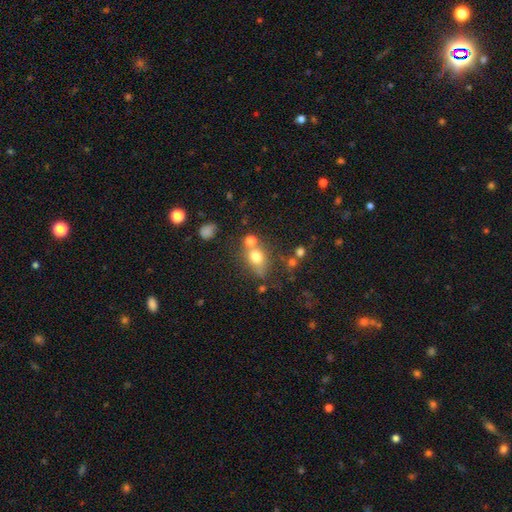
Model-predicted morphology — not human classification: type=smooth (72%); roundness=in between (50%); merging=none (52%).